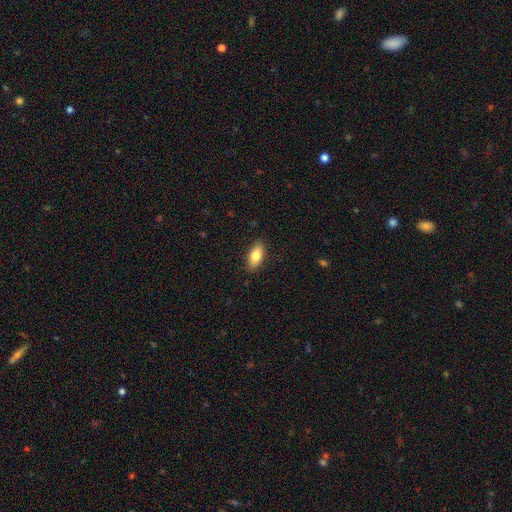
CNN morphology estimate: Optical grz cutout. It shows a smooth galaxy with no disk features (80%) that is in between round and cigar-shaped (85%). Merging: none (88%).